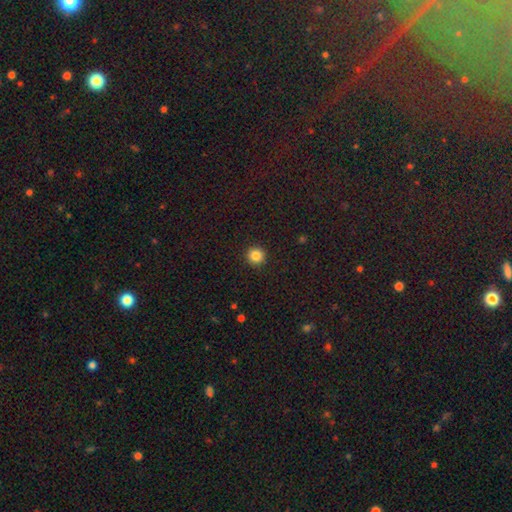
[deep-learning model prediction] This is clearly a smooth galaxy (84%). How rounded: clearly round (96%). Merging: clearly none (93%).